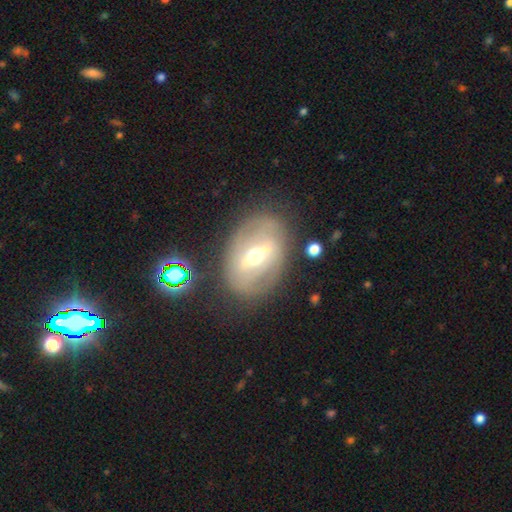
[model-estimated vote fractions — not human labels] Morphology: type=featured or disk (69%); edge-on=no (90%); bar=strong (51%); spiral arms=no (54%); bulge=moderate (69%); merging=none (76%).